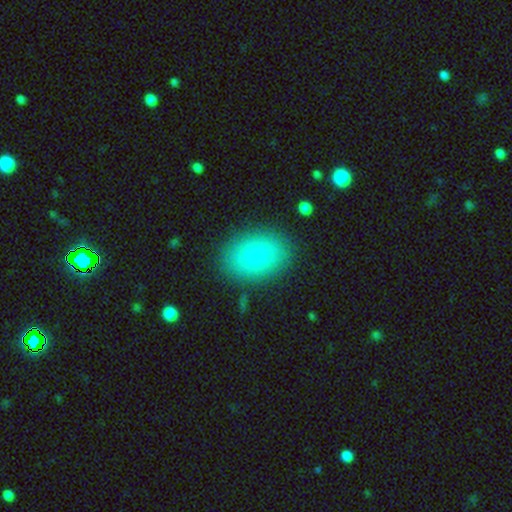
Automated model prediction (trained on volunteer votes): Morphology: type=smooth (84%); roundness=in between (80%); merging=none (86%).